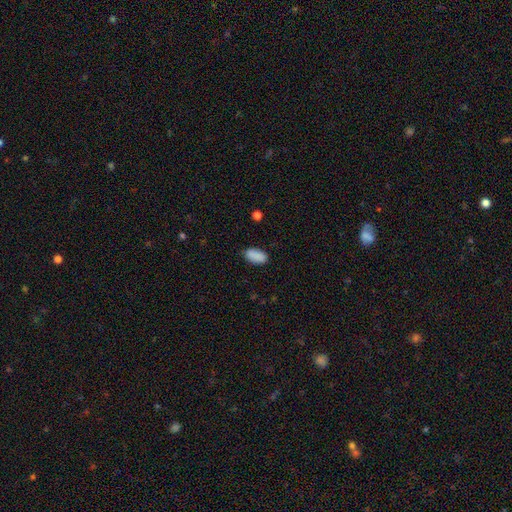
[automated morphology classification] smooth_or_featured: smooth (p=0.89) [alt: star or artifact p=0.07]
how_rounded: in between (p=0.93) [alt: cigar-shaped p=0.04]
merging: none (p=0.83) [alt: minor disturbance p=0.13]